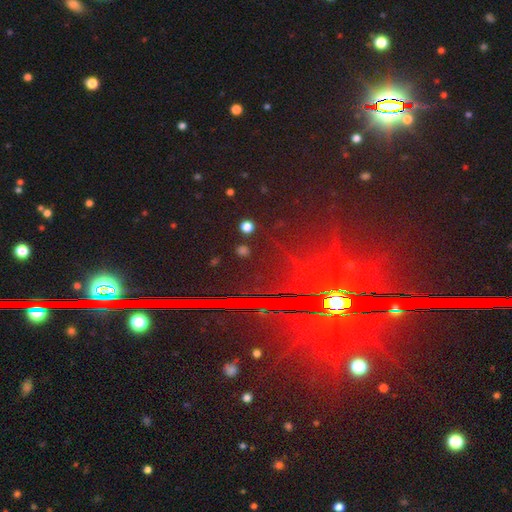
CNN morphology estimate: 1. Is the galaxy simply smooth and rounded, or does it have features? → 75% star or artifact, 17% featured or disk, 8% smooth.